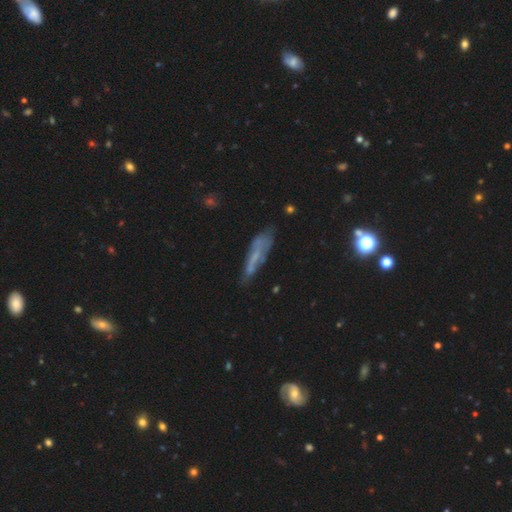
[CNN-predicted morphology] A featured or disk galaxy (44%).

Vote fractions:
- Smooth or featured? featured or disk: 44% / smooth: 41% / star or artifact: 15%
- Merging? none: 53% / minor disturbance: 27% / major disturbance: 15% / merger: 6%